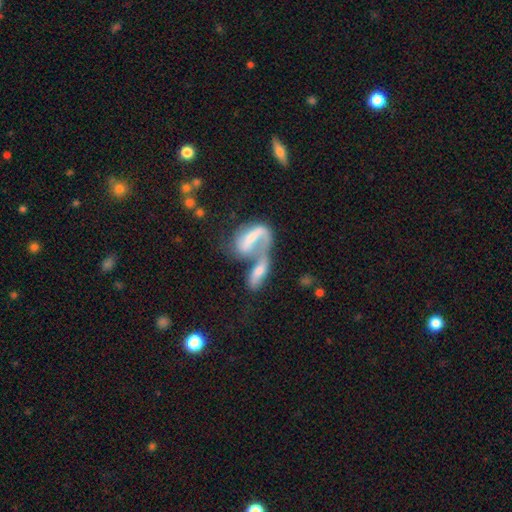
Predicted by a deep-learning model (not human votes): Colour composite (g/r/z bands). It shows a featured or disk galaxy (58%) with no bar (51%), spiral arms (60%) and no central bulge (32%, tied with small). Merging: merger (61%).